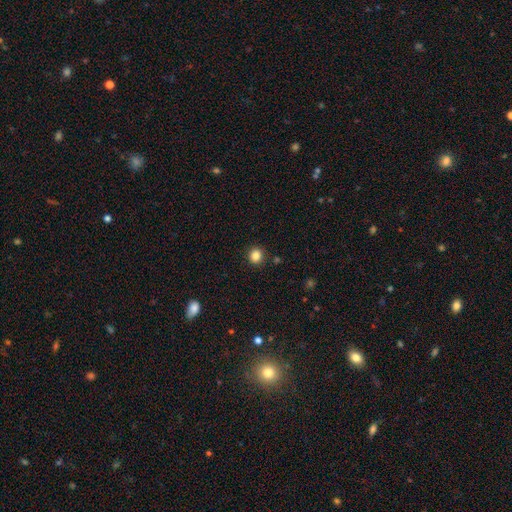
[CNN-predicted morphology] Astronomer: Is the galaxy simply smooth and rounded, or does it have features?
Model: smooth — 85%.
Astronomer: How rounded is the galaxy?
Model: round — 88%.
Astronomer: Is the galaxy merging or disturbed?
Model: none — 91%.